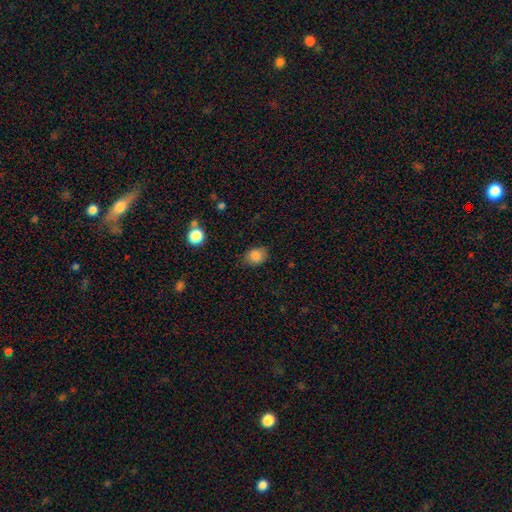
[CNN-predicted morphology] Overall: smooth (84%). How rounded: in between (56%; round 43%). Merging: none (78%).